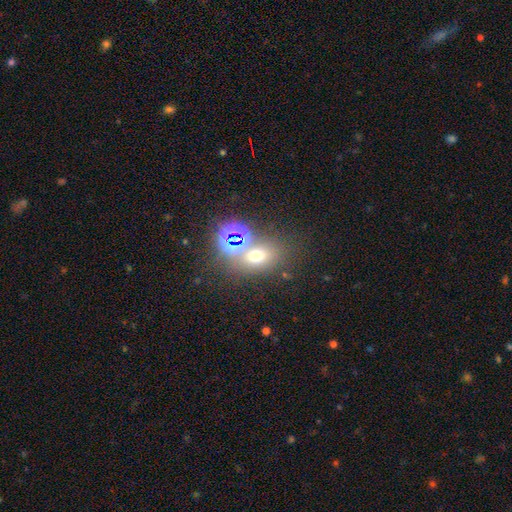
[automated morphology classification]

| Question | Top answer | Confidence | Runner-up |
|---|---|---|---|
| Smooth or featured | smooth | 48% | star or artifact (38%) |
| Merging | none | 60% | merger (24%) |